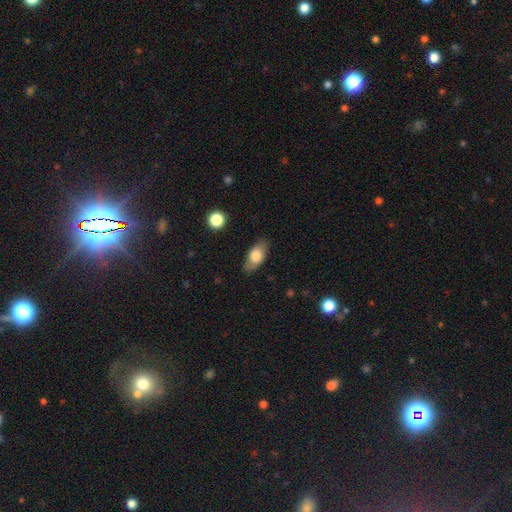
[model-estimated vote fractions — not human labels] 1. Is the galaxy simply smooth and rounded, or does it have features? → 71% smooth, 22% featured or disk, 7% star or artifact.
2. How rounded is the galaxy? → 90% in between, 5% cigar-shaped, 5% round.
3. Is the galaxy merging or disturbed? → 79% none, 16% minor disturbance, 4% major disturbance, 1% merger.